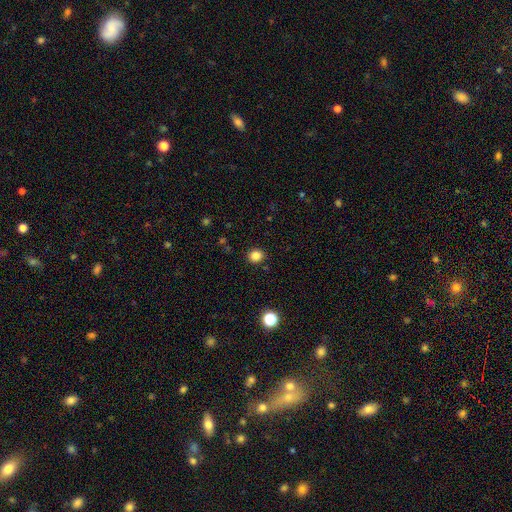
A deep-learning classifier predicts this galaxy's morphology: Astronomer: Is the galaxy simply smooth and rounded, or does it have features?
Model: smooth — 84%.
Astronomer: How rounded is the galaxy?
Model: round — 82%.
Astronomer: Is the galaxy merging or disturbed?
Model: none — 90%.